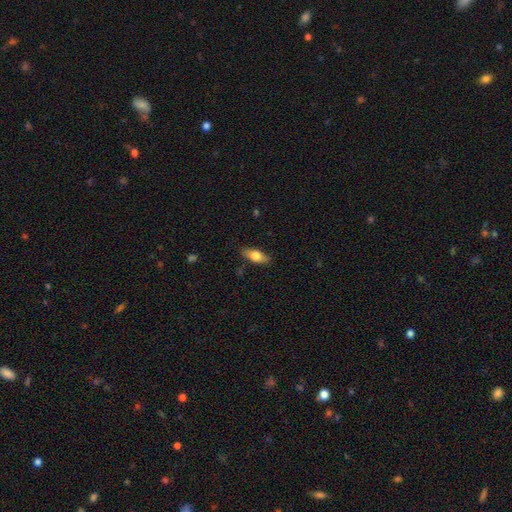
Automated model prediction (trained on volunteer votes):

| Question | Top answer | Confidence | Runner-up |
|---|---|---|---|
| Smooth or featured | smooth | 71% | featured or disk (23%) |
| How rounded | in between | 78% | cigar-shaped (19%) |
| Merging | none | 85% | minor disturbance (12%) |